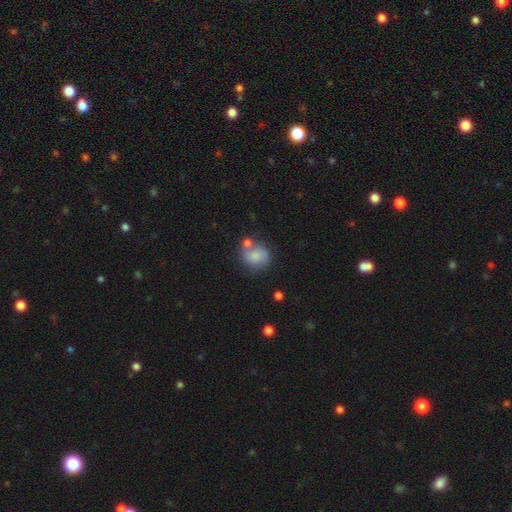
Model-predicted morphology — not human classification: smooth_or_featured: smooth (p=0.73) [alt: featured or disk p=0.18]
how_rounded: round (p=0.76) [alt: in between p=0.23]
merging: none (p=0.47) [alt: merger p=0.27]